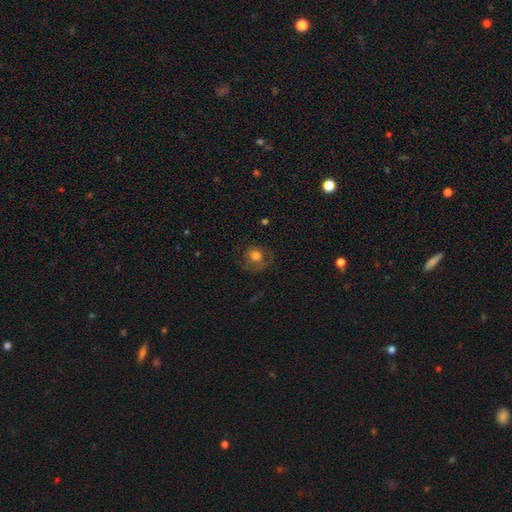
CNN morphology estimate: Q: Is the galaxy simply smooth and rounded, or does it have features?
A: smooth — 68%.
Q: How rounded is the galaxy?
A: round — 81%.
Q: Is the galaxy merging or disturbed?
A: none — 64%.